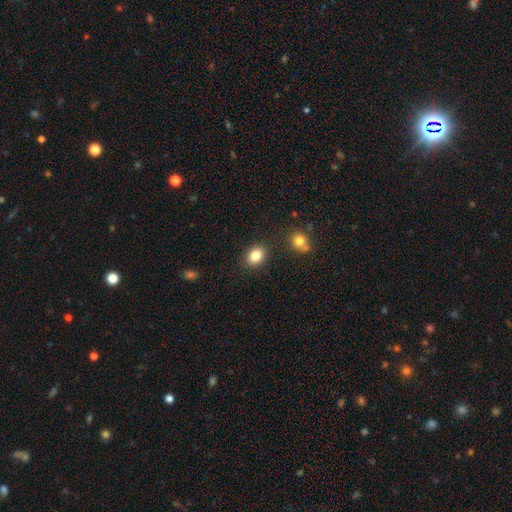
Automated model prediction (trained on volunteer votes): Overall: smooth (84%). How rounded: in between (59%; round 41%). Merging: none (85%).